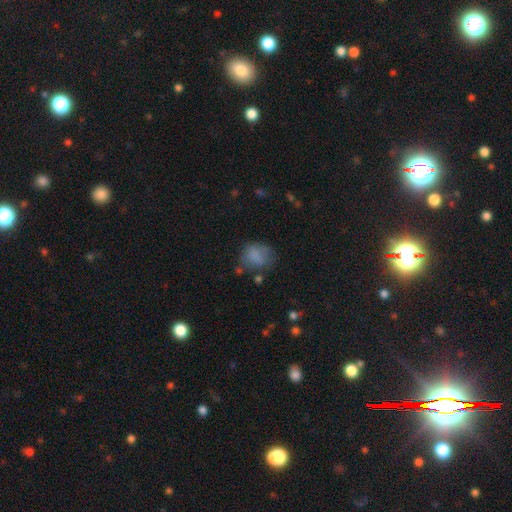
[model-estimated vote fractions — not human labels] smooth 75%, featured or disk 14%, star or artifact 11%. Down the decision tree: how rounded — round (56%); merging — none (52%).